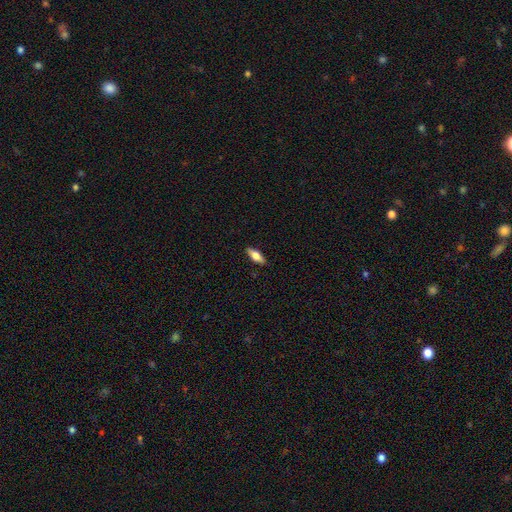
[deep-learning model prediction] This appears to be a smooth galaxy with no disk features (67%) that is in between round and cigar-shaped (71%). Merging: none (89%).